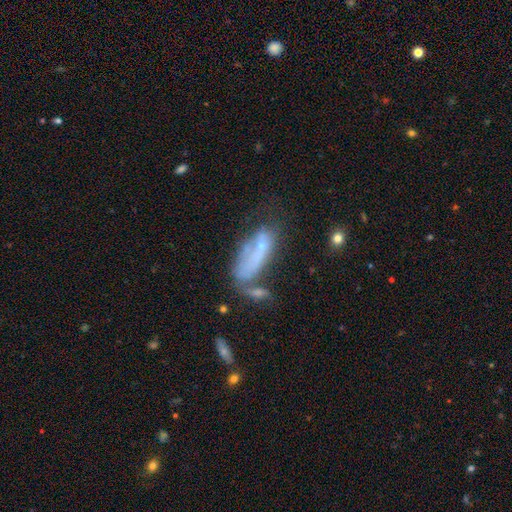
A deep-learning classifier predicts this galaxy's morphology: Q: Smooth or featured?
A: smooth (49%); runner-up: featured or disk (39%)
Q: Merging?
A: none (28%); runner-up: merger (27%)